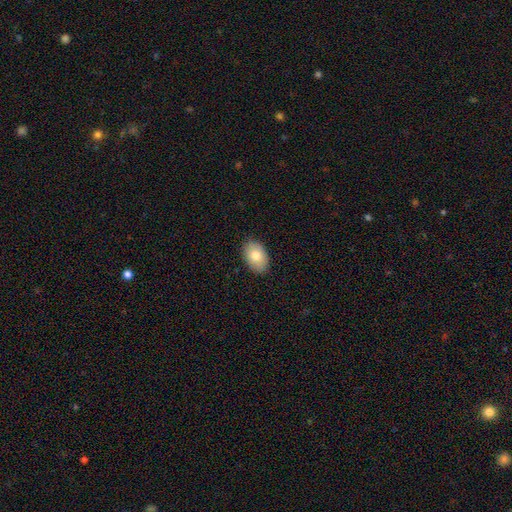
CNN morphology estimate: This is likely a smooth galaxy (77%). How rounded: clearly in between (87%). Merging: clearly none (88%).